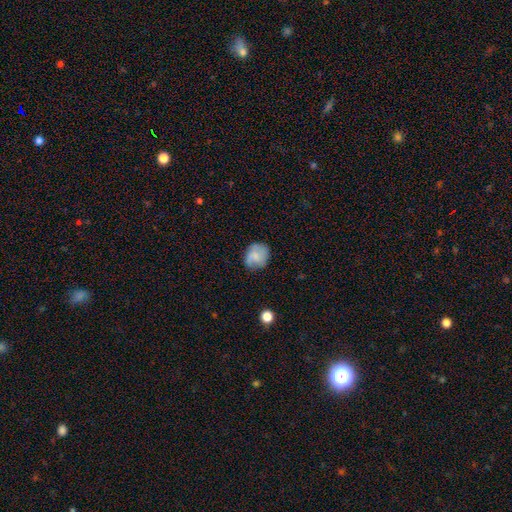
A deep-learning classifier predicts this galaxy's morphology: A smooth galaxy with no disk features (68%) that is round (64%). Merging: none (67%).